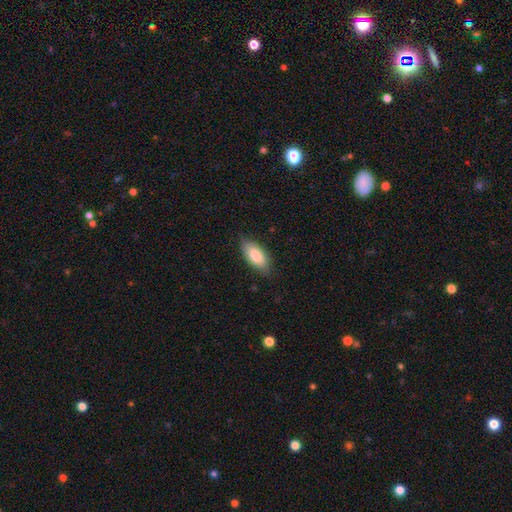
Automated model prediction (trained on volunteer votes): smooth-or-featured: smooth: 85% | featured or disk: 10% | star or artifact: 6%
  how-rounded: in between: 88% | cigar-shaped: 10% | round: 2%
  merging: none: 81% | minor disturbance: 15% | major disturbance: 3% | merger: 1%